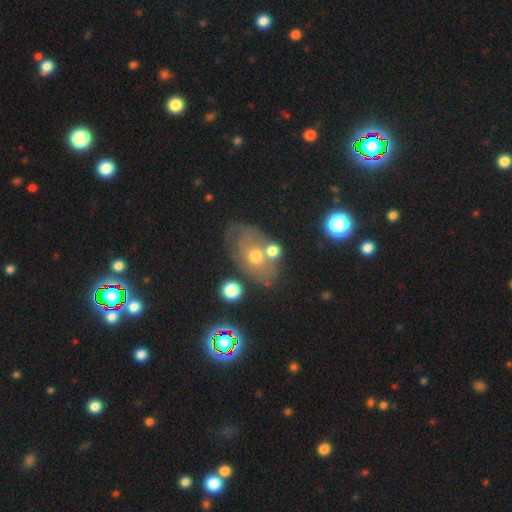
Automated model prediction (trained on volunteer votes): This appears to be a featured or disk galaxy (44%, tied with smooth). Merging: none (38%).